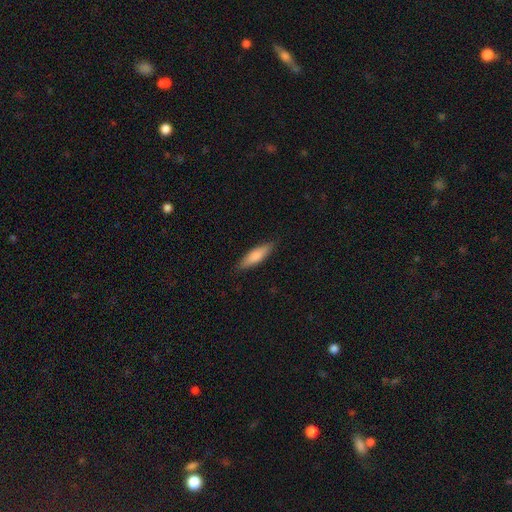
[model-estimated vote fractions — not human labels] smooth_or_featured: smooth (p=0.81) [alt: featured or disk p=0.13]
how_rounded: cigar-shaped (p=0.54) [alt: in between p=0.45]
merging: none (p=0.86) [alt: minor disturbance p=0.11]